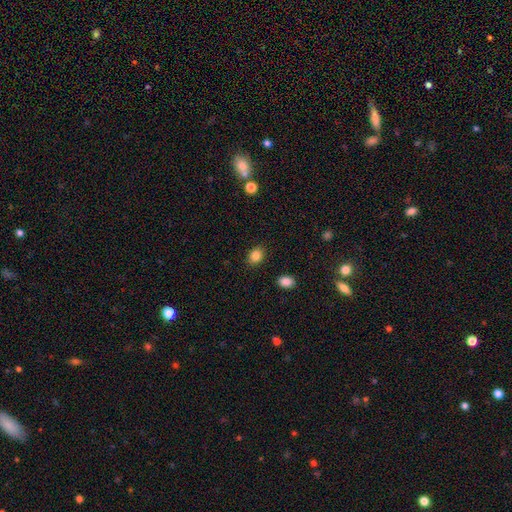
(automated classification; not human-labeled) A smooth galaxy with no disk features (85%) that is in between round and cigar-shaped (64%). Merging: none (87%).